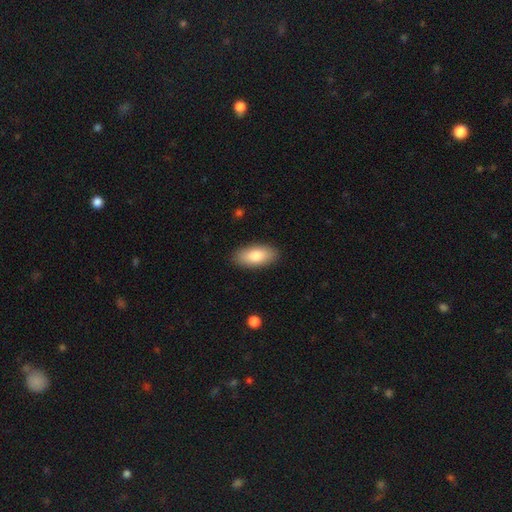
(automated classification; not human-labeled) Q: Smooth or featured?
A: smooth (81%); runner-up: featured or disk (13%)
Q: How rounded?
A: in between (92%); runner-up: cigar-shaped (6%)
Q: Merging?
A: none (89%); runner-up: minor disturbance (8%)